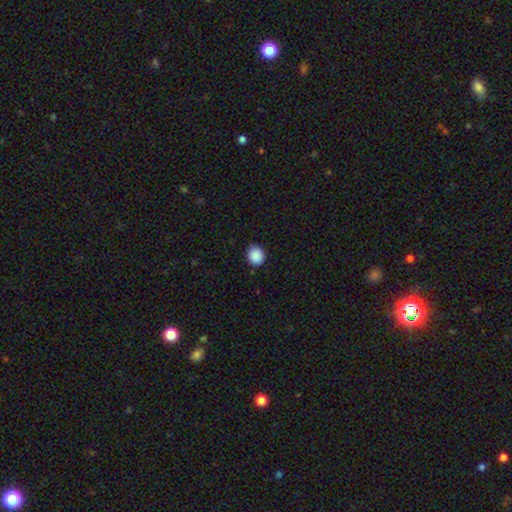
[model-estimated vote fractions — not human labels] Morphology: type=smooth (89%); roundness=round (76%); merging=none (86%).